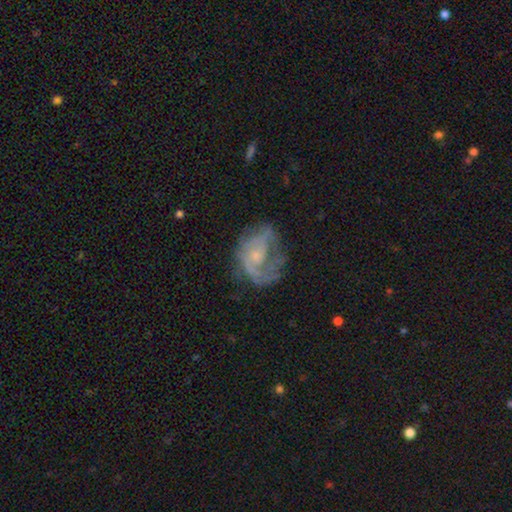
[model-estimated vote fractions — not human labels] featured or disk 70%, smooth 22%, star or artifact 8%. Down the decision tree: edge-on disk — no (98%); bar — no (70%); spiral arms — yes (75%); spiral arm count — 2 (37%); spiral winding — medium (42%); bulge size — small (51%); merging — none (44%).